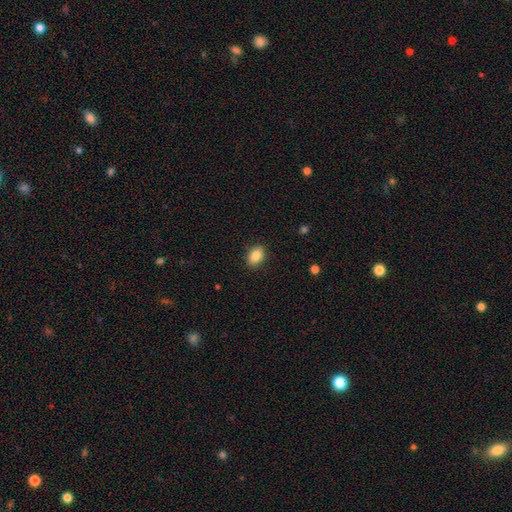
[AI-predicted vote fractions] Smooth or featured? smooth (86%)
How rounded? in between (81%)
Merging? none (89%)